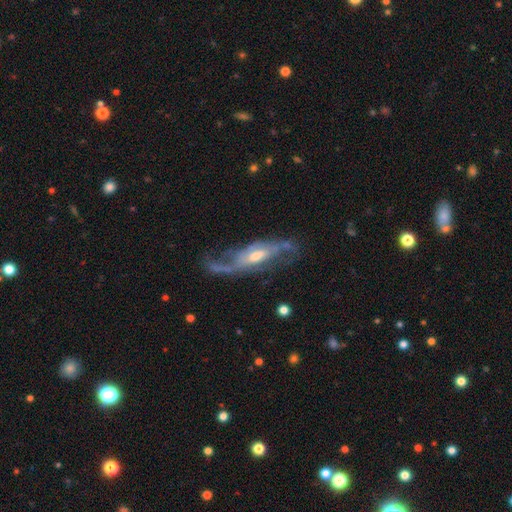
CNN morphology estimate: The model was most divided on "bar": weak: 44%, no: 38%, strong: 17%. Remaining: spiral arms — yes (90%); edge-on disk — no (84%); smooth or featured — featured or disk (83%); spiral arm count — 2 (68%); bulge size — moderate (58%); merging — none (52%); spiral winding — loose (48%).